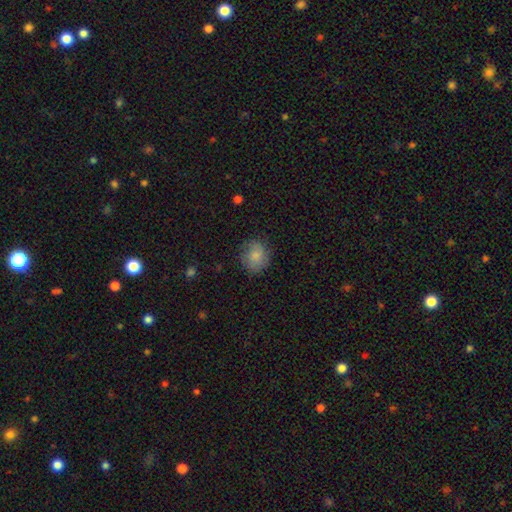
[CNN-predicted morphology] This is likely a smooth galaxy (78%). How rounded: likely round (74%). Merging: likely none (73%).